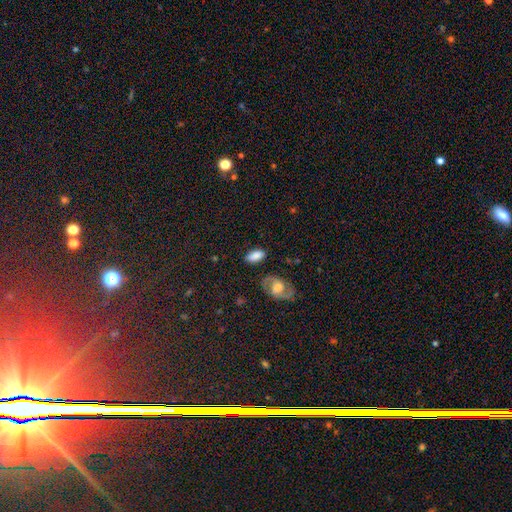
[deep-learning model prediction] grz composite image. It shows a smooth galaxy with no disk features (78%) that is in between round and cigar-shaped (91%). Merging: none (79%).